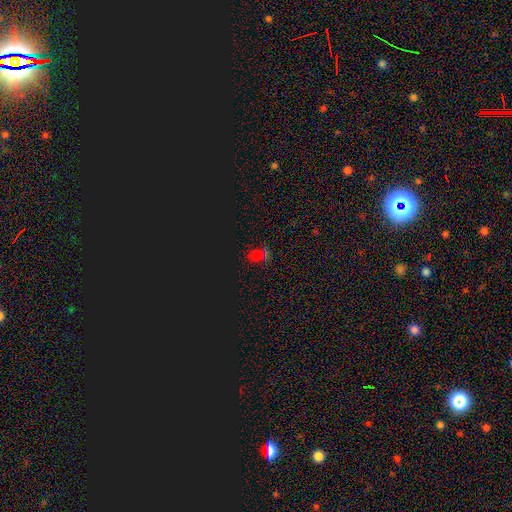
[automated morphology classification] Smooth or featured: star or artifact — 56% (smooth — 35%)